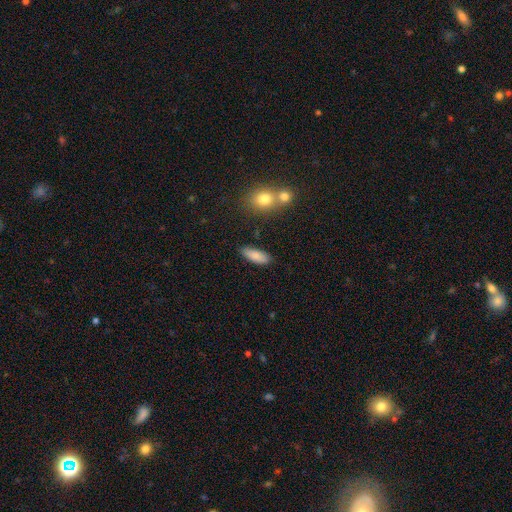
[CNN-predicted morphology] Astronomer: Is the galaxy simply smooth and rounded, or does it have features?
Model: smooth — 85%.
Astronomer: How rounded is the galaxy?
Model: in between — 66%.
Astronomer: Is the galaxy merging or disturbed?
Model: none — 82%.